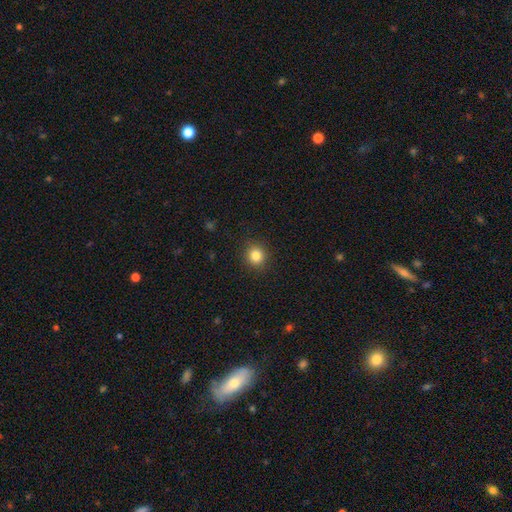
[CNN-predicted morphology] smooth-or-featured: smooth: 84% | star or artifact: 11% | featured or disk: 5%
  how-rounded: round: 90% | in between: 9% | cigar-shaped: 1%
  merging: none: 91% | minor disturbance: 6% | major disturbance: 2% | merger: 1%